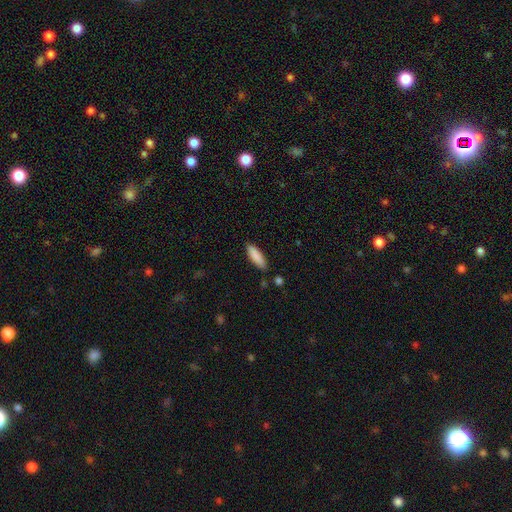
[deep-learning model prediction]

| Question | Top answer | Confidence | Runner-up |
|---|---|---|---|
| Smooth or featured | smooth | 88% | featured or disk (6%) |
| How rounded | cigar-shaped | 50% | in between (49%) |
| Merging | none | 85% | minor disturbance (11%) |